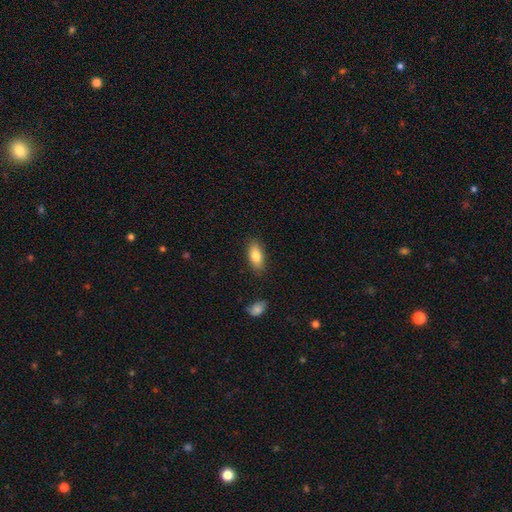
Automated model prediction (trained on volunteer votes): smooth-or-featured: smooth: 82% | featured or disk: 11% | star or artifact: 7%
  how-rounded: in between: 87% | cigar-shaped: 10% | round: 3%
  merging: none: 86% | minor disturbance: 10% | major disturbance: 2% | merger: 2%